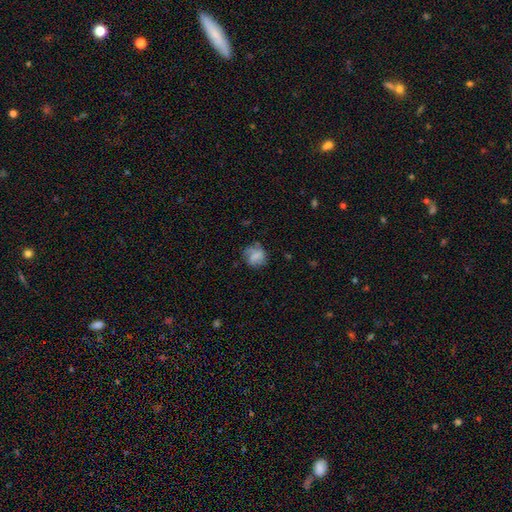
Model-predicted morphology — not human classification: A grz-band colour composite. It shows a smooth galaxy with no disk features (65%) that is round (75%). Merging: none (60%).